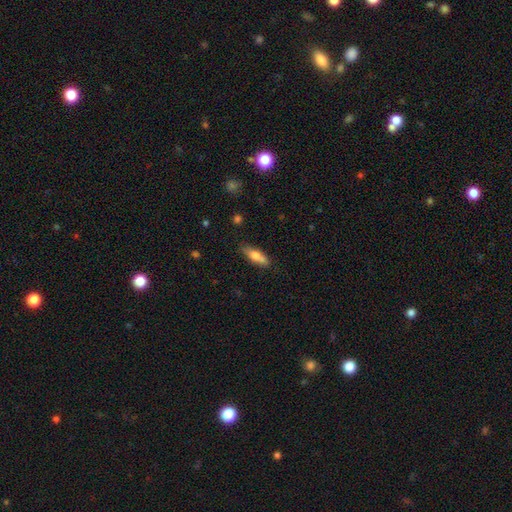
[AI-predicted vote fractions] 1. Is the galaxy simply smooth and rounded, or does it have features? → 68% smooth, 25% featured or disk, 7% star or artifact.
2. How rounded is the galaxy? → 49% in between, 48% cigar-shaped, 2% round.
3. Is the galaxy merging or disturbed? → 72% none, 17% minor disturbance, 7% merger, 4% major disturbance.